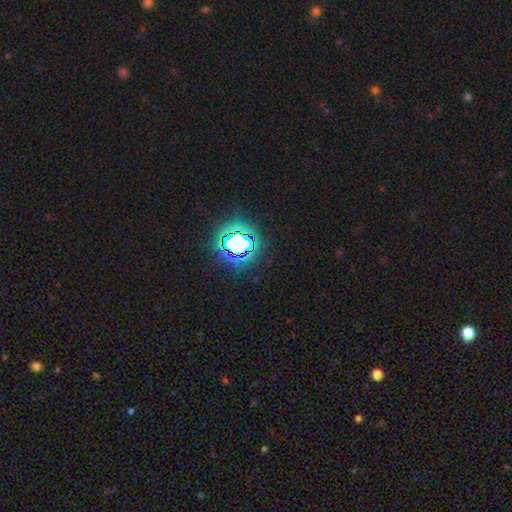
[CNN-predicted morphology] type=star or artifact (83%).